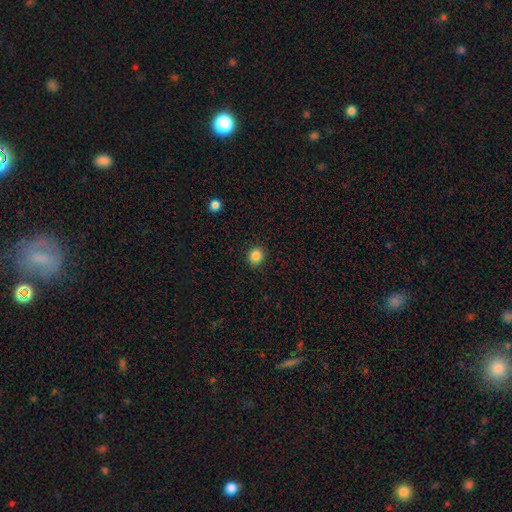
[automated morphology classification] The model was most divided on "how rounded": round: 84%, in between: 15%, cigar-shaped: 1%. More confident: merging — none (91%); smooth or featured — smooth (85%).